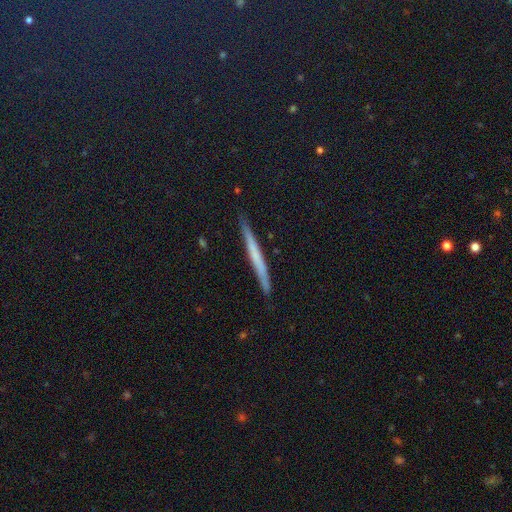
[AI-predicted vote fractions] This appears to be a smooth galaxy with no disk features (49%). Merging: none (88%).